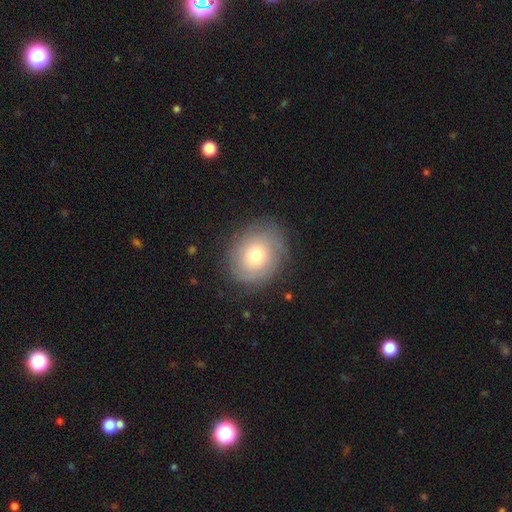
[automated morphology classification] A smooth galaxy with no disk features (56%) that is round (63%).

Vote fractions:
- Smooth or featured? smooth: 56% / featured or disk: 35% / star or artifact: 9%
- How rounded? round: 63% / in between: 36% / cigar-shaped: 1%
- Merging? none: 79% / minor disturbance: 14% / major disturbance: 5% / merger: 1%